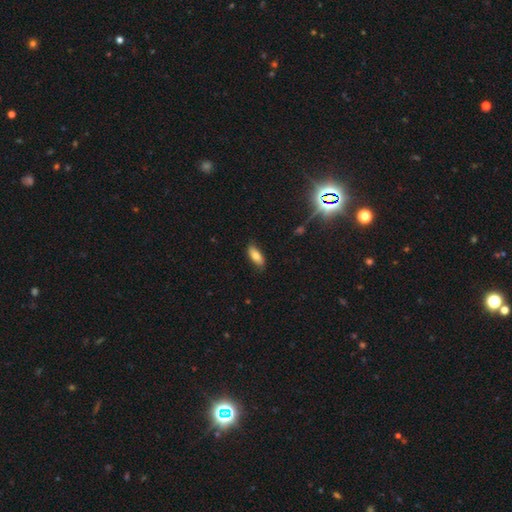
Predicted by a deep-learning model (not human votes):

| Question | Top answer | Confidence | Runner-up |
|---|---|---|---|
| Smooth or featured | smooth | 79% | featured or disk (12%) |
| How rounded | in between | 81% | cigar-shaped (17%) |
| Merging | none | 83% | minor disturbance (13%) |